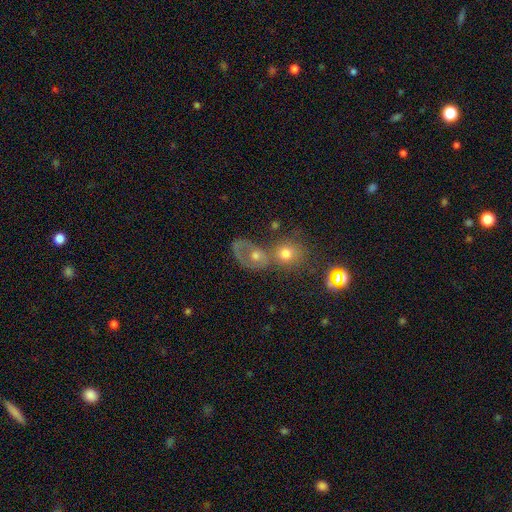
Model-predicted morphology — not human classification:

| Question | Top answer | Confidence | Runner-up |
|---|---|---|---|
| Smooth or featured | smooth | 49% | featured or disk (36%) |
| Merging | merger | 54% | none (24%) |